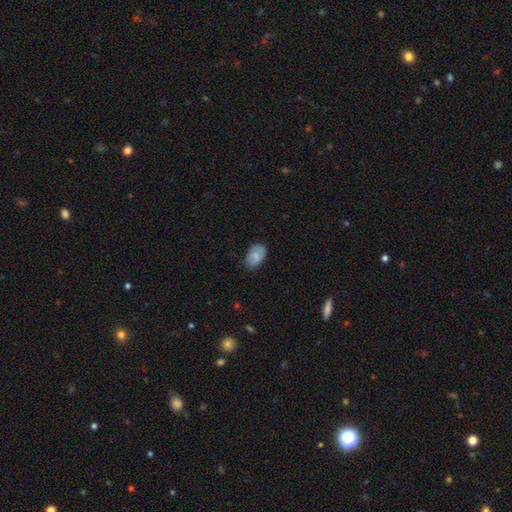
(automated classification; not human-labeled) Q: Smooth or featured?
A: smooth (78%); runner-up: featured or disk (15%)
Q: How rounded?
A: in between (89%); runner-up: round (10%)
Q: Merging?
A: none (73%); runner-up: minor disturbance (22%)